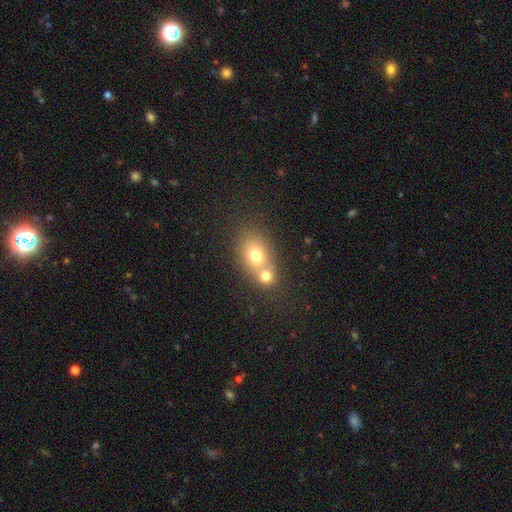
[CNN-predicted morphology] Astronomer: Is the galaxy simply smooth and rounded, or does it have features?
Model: smooth — 70%.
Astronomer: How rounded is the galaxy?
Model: in between — 60% (runner-up: round, 38%).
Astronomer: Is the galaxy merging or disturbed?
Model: merger — 56% (runner-up: none, 34%).